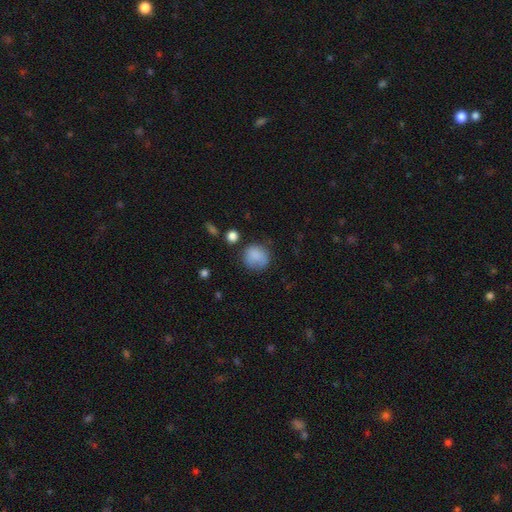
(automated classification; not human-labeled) This appears to be a smooth galaxy with no disk features (82%) that is round (84%). Merging: none (62%).